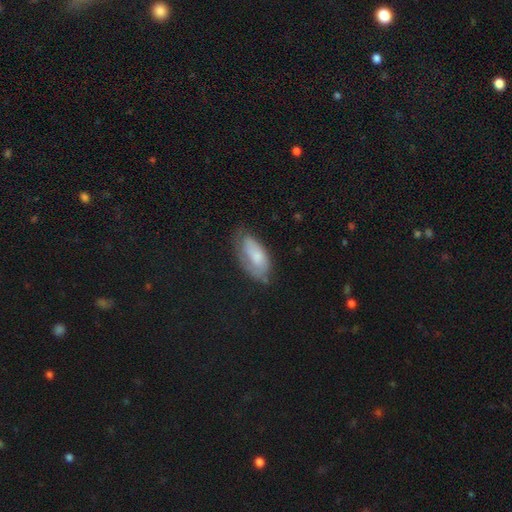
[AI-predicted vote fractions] Smooth or featured? smooth (60%)
How rounded? in between (88%)
Merging? none (51%)